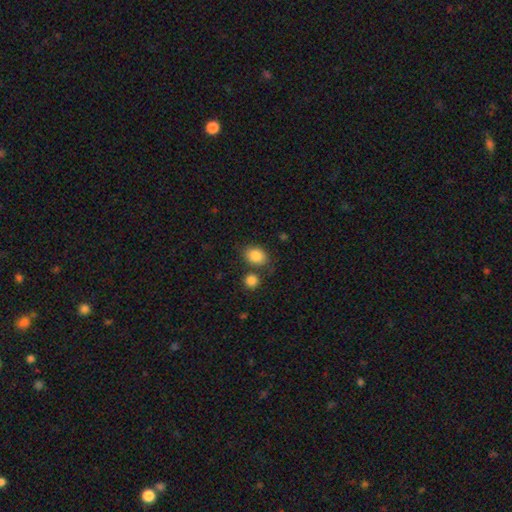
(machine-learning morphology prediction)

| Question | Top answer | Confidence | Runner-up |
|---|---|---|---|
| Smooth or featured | smooth | 86% | star or artifact (8%) |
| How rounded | in between | 63% | round (36%) |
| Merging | none | 68% | minor disturbance (15%) |